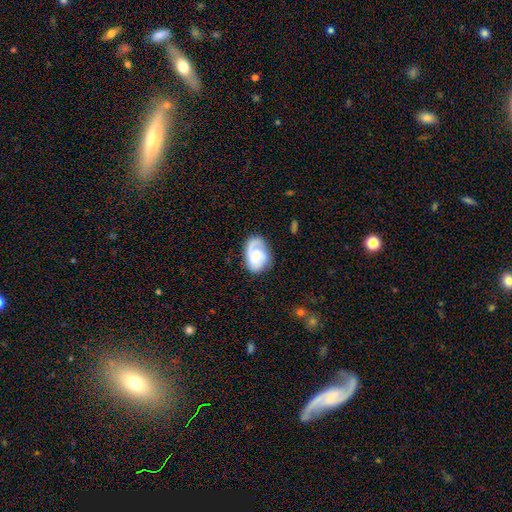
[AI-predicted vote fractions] This appears to be a featured or disk galaxy (60%) with no bar (69%), 1 (51%) tight (45%) spiral arms (90%) and a moderate central bulge (39%). Merging: none (67%).